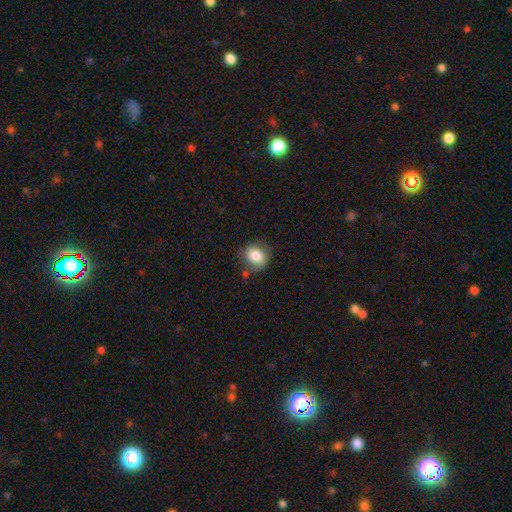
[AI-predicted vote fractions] Smooth or featured? Predicted: smooth (p=0.80). How rounded? Predicted: round (p=0.59). Merging? Predicted: none (p=0.63).